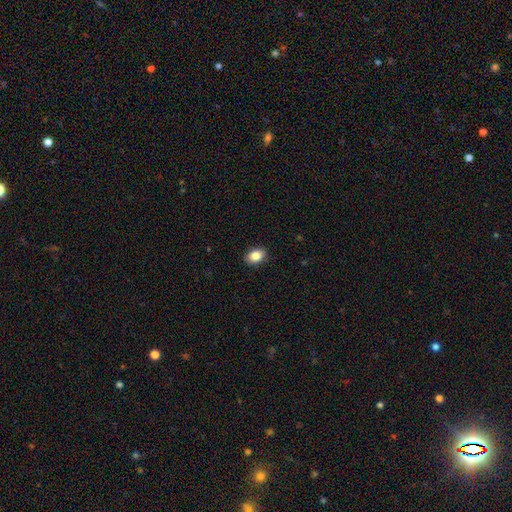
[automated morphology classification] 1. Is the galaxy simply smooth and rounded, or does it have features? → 86% smooth, 8% star or artifact, 6% featured or disk.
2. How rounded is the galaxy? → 82% in between, 17% round, 1% cigar-shaped.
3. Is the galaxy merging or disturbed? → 90% none, 7% minor disturbance, 2% major disturbance, 1% merger.